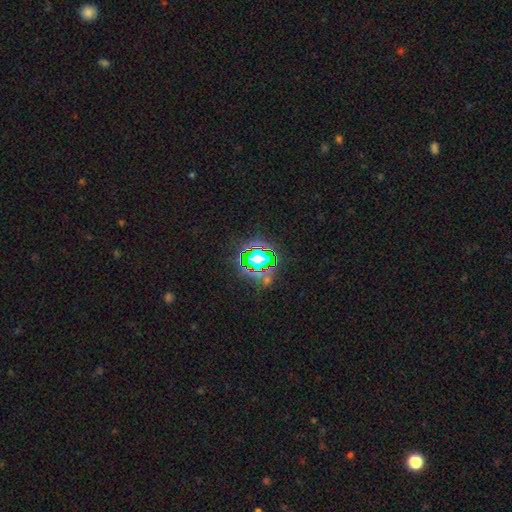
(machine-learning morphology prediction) Smooth or featured? Predicted: star or artifact (p=0.65).